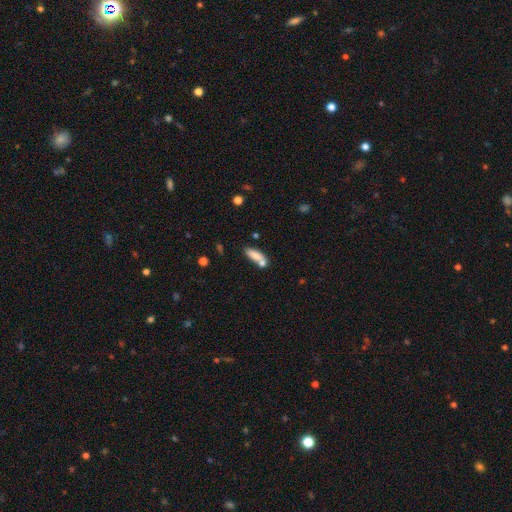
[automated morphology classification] smooth-or-featured: smooth: 80% | featured or disk: 12% | star or artifact: 8%
  how-rounded: in between: 57% | cigar-shaped: 41% | round: 2%
  merging: none: 50% | merger: 30% | minor disturbance: 15% | major disturbance: 5%